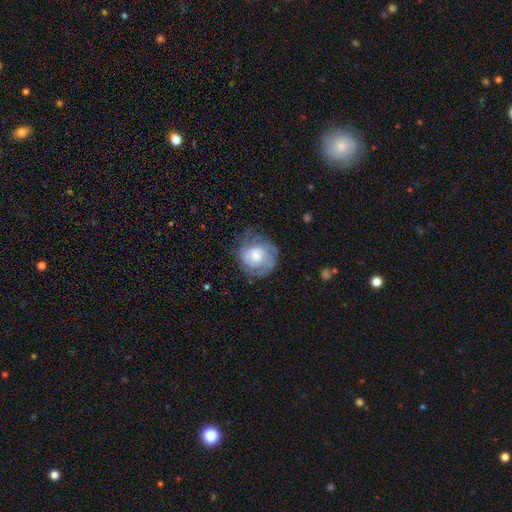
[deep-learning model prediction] A featured or disk galaxy (54%) with no bar (79%), spiral arms (74%) and a moderate central bulge (43%). Merging: none (64%).